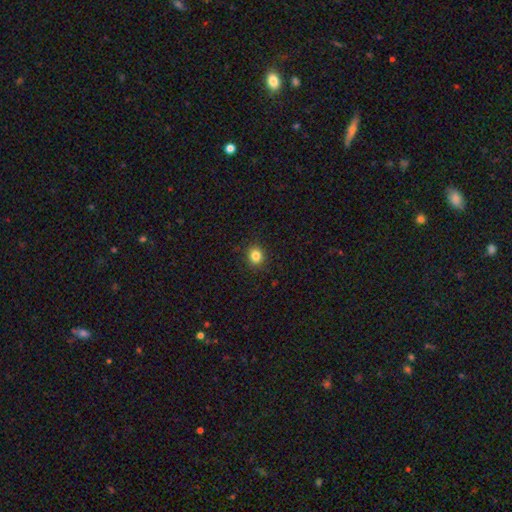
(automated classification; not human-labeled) A smooth galaxy with no disk features (84%) that is round (81%).

Vote fractions:
- Smooth or featured? smooth: 84% / star or artifact: 12% / featured or disk: 5%
- How rounded? round: 81% / in between: 18% / cigar-shaped: 1%
- Merging? none: 90% / minor disturbance: 7% / major disturbance: 2% / merger: 1%